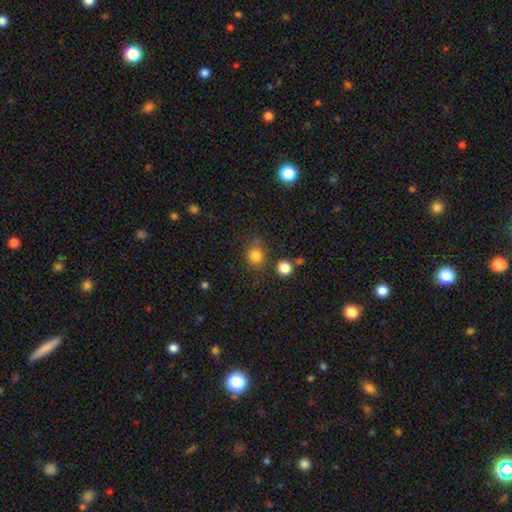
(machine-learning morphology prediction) Overall: smooth (80%). How rounded: round (77%). Merging: none (66%).